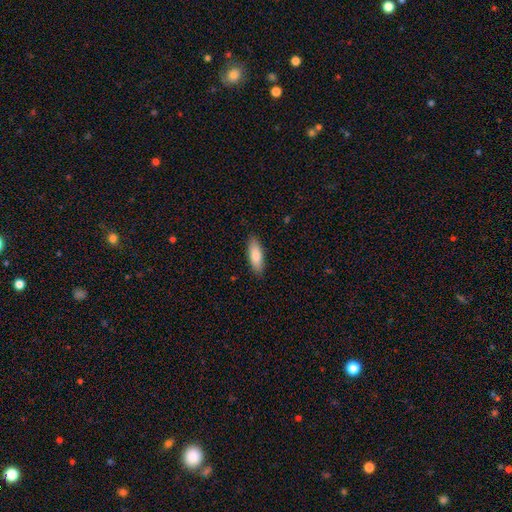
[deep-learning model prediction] Overall: smooth (82%). How rounded: in between (59%; cigar-shaped 39%). Merging: none (88%).